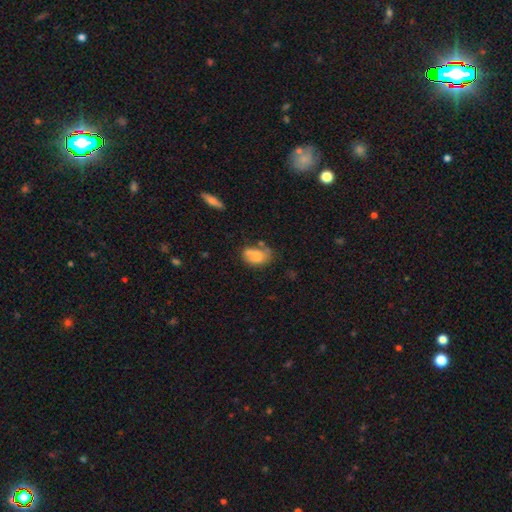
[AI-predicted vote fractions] Smooth or featured? smooth (67%)
How rounded? in between (82%)
Merging? none (38%)